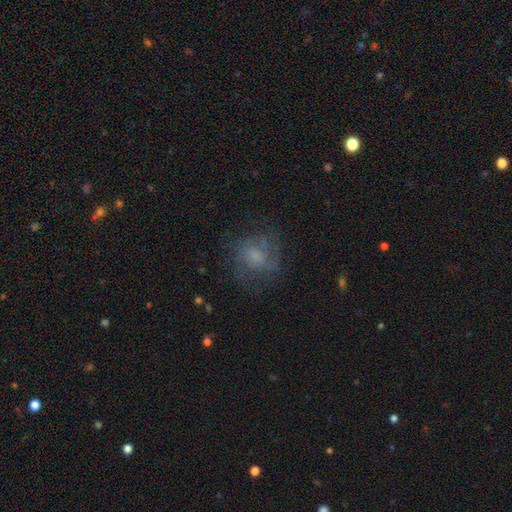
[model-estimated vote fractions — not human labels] Smooth or featured? Predicted: featured or disk (p=0.46). Merging? Predicted: none (p=0.63).